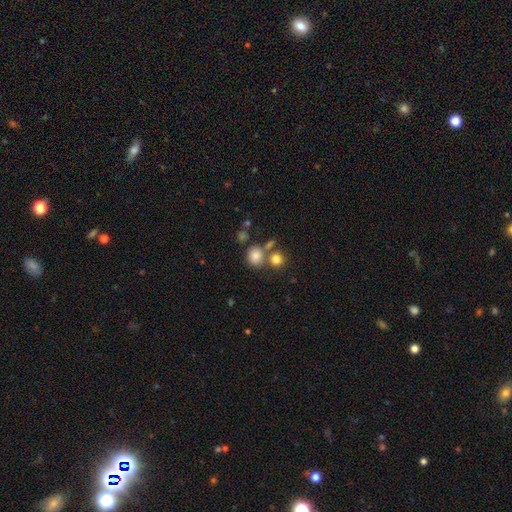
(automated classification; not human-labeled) This appears to be a smooth galaxy with no disk features (80%) that is round (77%). Merging: none (62%).